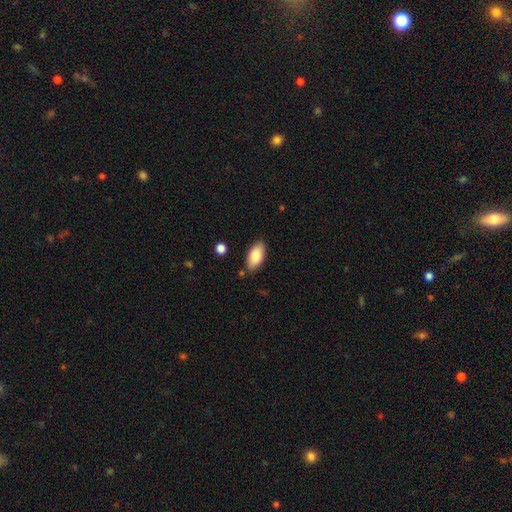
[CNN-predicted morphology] smooth 85%, featured or disk 9%, star or artifact 6%. Down the decision tree: how rounded — in between (92%); merging — none (84%).